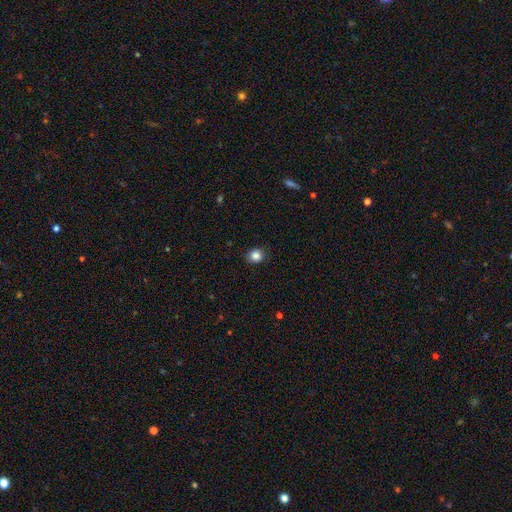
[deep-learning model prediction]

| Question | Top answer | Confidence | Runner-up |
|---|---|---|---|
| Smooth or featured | smooth | 85% | star or artifact (10%) |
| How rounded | round | 77% | in between (22%) |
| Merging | none | 88% | minor disturbance (9%) |